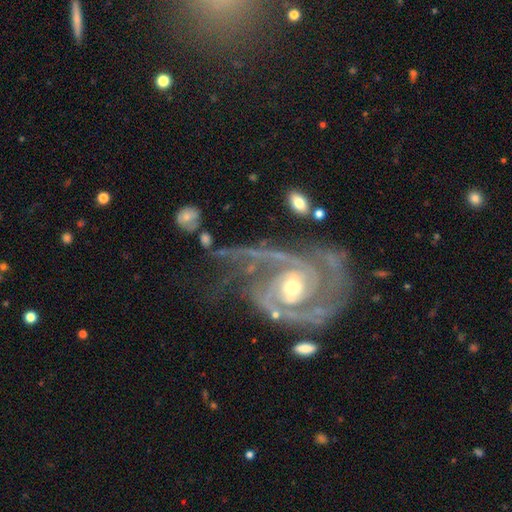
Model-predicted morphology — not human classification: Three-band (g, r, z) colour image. It shows a featured or disk galaxy (92%) with no bar (59%), 2 (48%) tight (54%) spiral arms (98%) and a moderate central bulge (55%). Merging: none (47%).